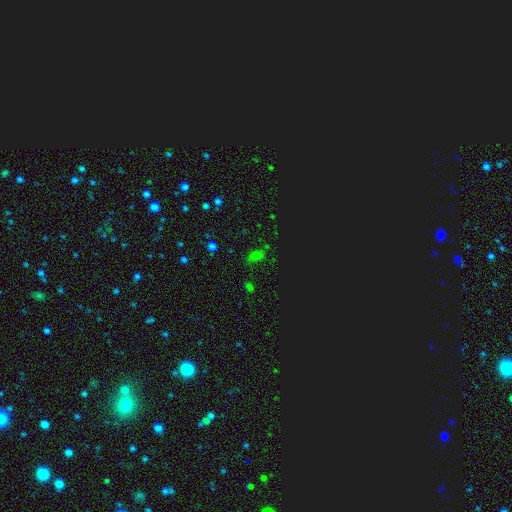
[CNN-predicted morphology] Smooth or featured? Predicted: smooth (p=0.51). How rounded? Predicted: in between (p=0.77). Merging? Predicted: none (p=0.71).